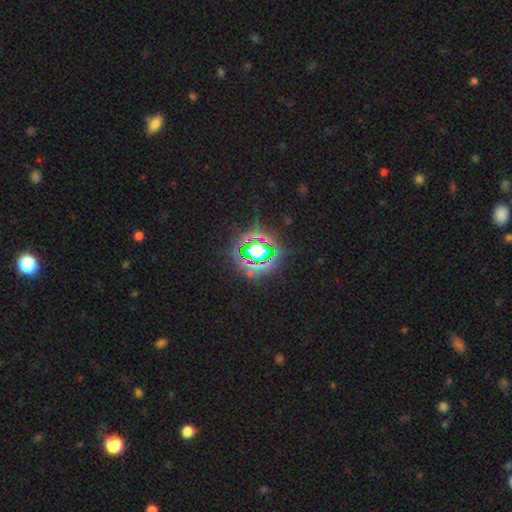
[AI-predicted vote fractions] This appears to be a star or artifact, not a galaxy (80%).